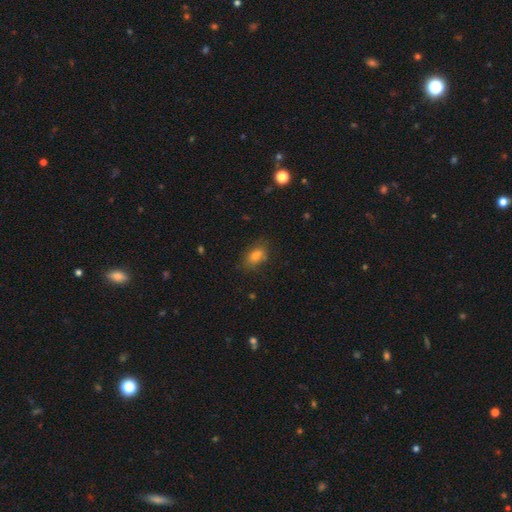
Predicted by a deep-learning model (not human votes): Smooth or featured? Predicted: smooth (p=0.77). How rounded? Predicted: in between (p=0.83). Merging? Predicted: none (p=0.74).